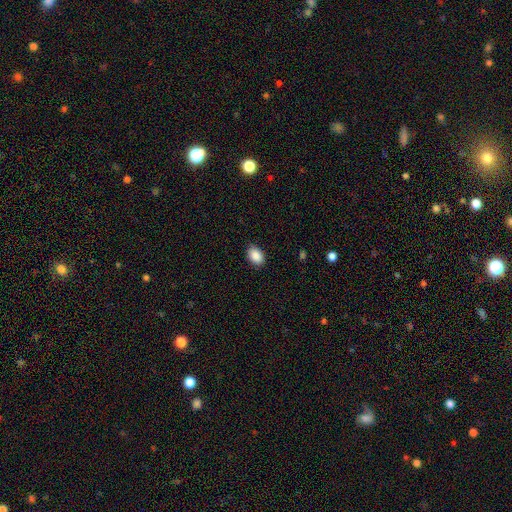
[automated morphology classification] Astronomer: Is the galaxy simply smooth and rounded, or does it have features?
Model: smooth — 88%.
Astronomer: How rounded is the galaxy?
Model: in between — 81%.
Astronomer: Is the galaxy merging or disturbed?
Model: none — 86%.